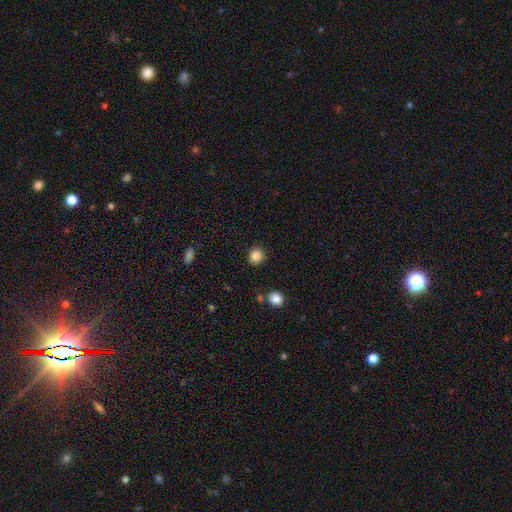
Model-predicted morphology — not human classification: A smooth galaxy with no disk features (86%) that is round (87%). Merging: none (89%).